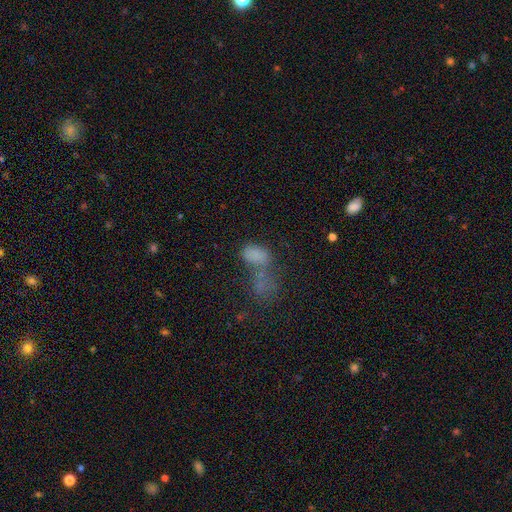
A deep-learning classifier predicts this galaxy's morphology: A smooth galaxy with no disk features (71%) that is in between round and cigar-shaped (87%). Merging: merger (49%).